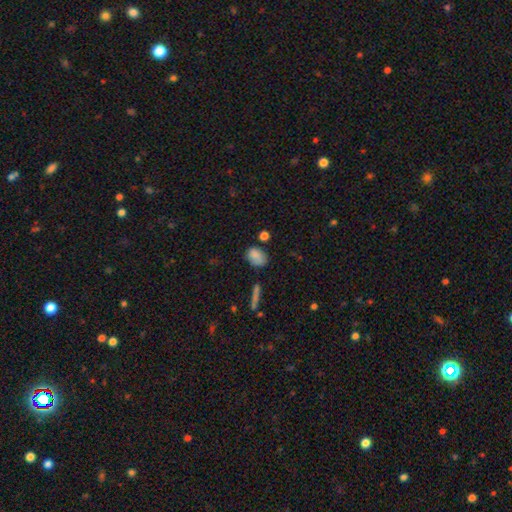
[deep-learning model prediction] Smooth or featured? Predicted: smooth (p=0.81). How rounded? Predicted: in between (p=0.75). Merging? Predicted: none (p=0.65).